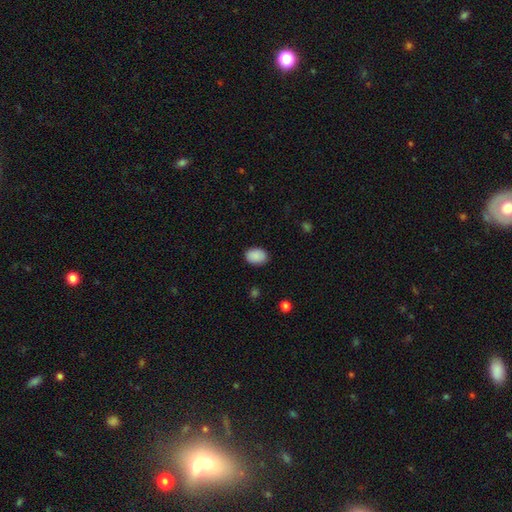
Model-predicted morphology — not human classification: smooth 90%, star or artifact 7%, featured or disk 3%. Down the decision tree: how rounded — in between (77%); merging — none (87%).